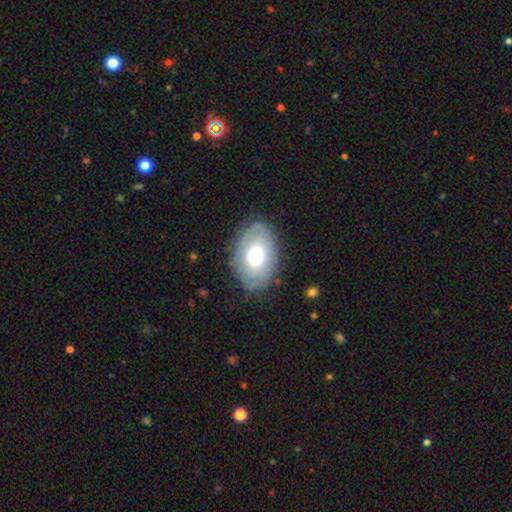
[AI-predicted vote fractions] Smooth or featured: smooth — 57% (featured or disk — 36%)
How rounded: in between — 86% (round — 12%)
Merging: none — 78% (minor disturbance — 16%)